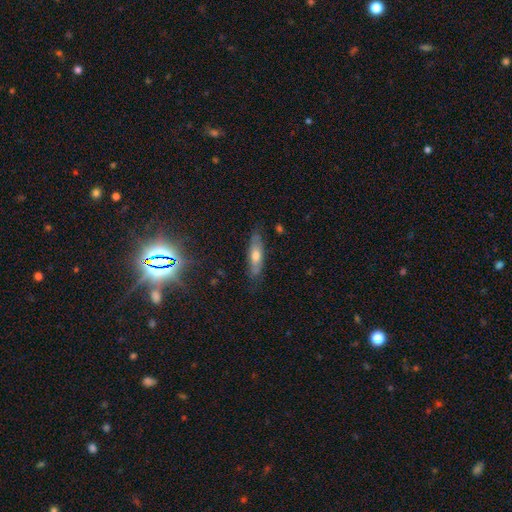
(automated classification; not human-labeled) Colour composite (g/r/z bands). It shows a smooth galaxy with no disk features (55%) that is cigar-shaped (59%). Merging: none (79%).